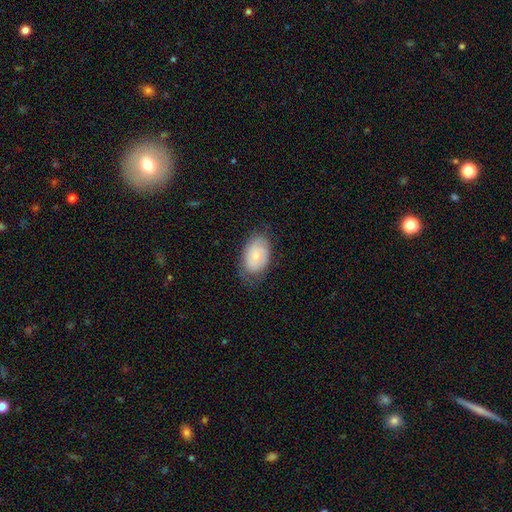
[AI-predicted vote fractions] smooth_or_featured: smooth (p=0.63) [alt: featured or disk p=0.30]
how_rounded: in between (p=0.88) [alt: round p=0.11]
merging: none (p=0.68) [alt: minor disturbance p=0.24]